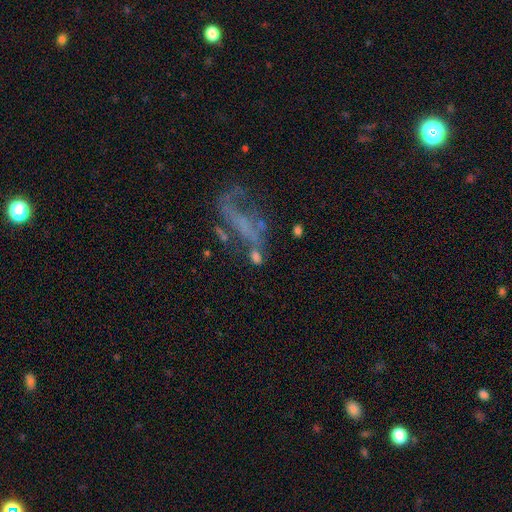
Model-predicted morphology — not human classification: This appears to be a featured or disk galaxy (51%). Merging: major disturbance (33%, tied with none).